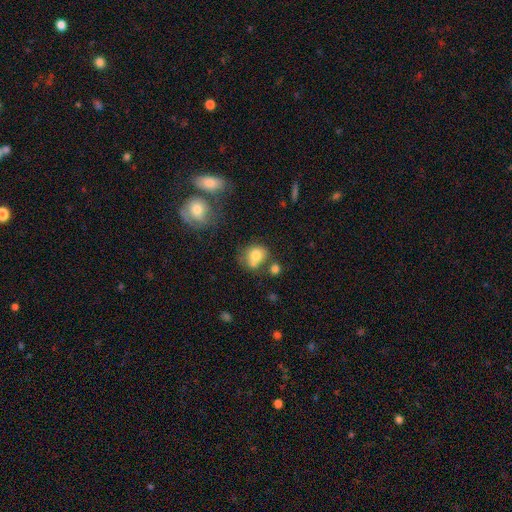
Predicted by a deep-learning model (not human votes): Smooth or featured? smooth (76%)
How rounded? round (60%)
Merging? none (43%)